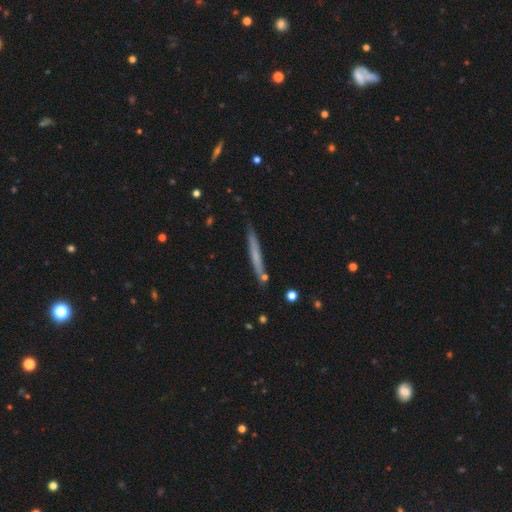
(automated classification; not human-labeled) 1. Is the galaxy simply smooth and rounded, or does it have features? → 56% smooth, 38% featured or disk, 6% star or artifact.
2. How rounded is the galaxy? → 96% cigar-shaped, 2% in between, 1% round.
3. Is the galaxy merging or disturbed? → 84% none, 11% minor disturbance, 3% merger, 2% major disturbance.